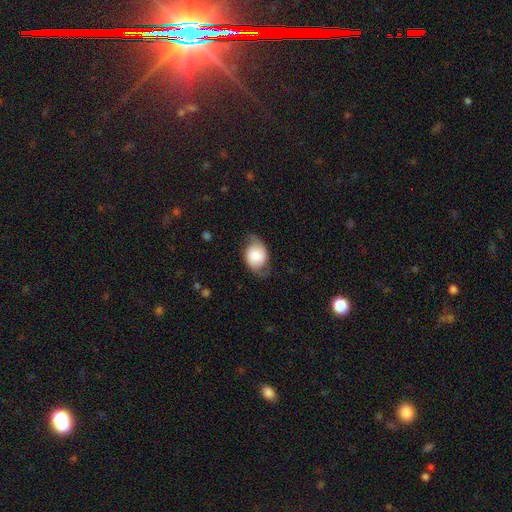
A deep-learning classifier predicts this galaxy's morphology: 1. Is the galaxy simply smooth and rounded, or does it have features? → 47% featured or disk, 45% smooth, 8% star or artifact.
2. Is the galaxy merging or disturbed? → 61% none, 27% minor disturbance, 11% major disturbance, 1% merger.